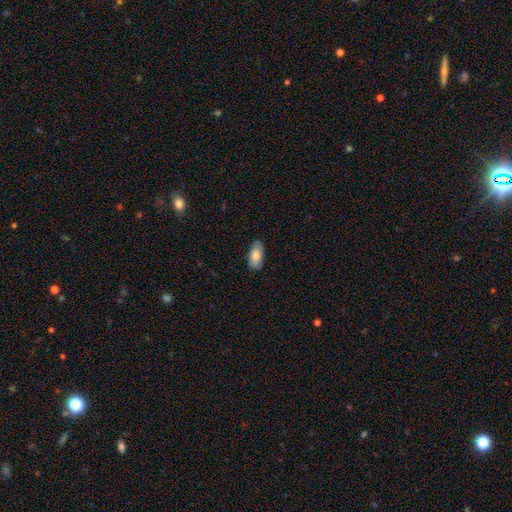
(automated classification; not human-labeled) smooth_or_featured: smooth (p=0.81) [alt: featured or disk p=0.12]
how_rounded: in between (p=0.91) [alt: cigar-shaped p=0.07]
merging: none (p=0.84) [alt: minor disturbance p=0.12]